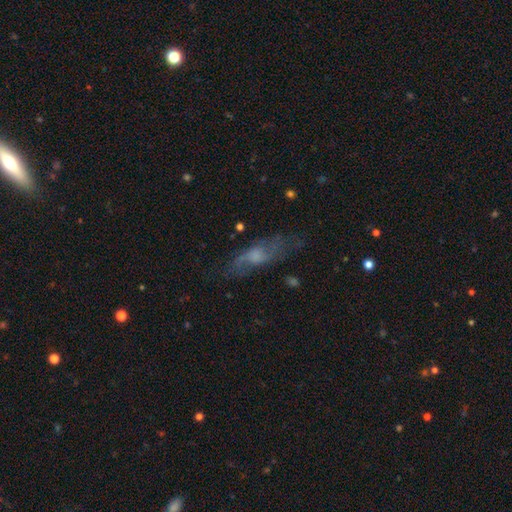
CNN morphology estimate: type=featured or disk (53%); edge-on=no (68%); merging=none (62%).